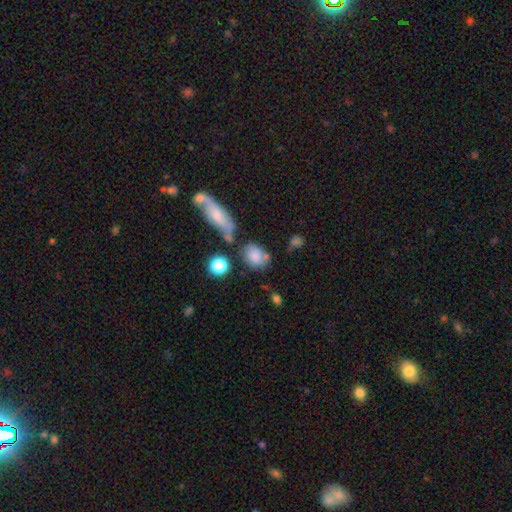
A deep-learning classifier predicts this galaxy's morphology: This appears to be a smooth galaxy with no disk features (78%) that is in between round and cigar-shaped (58%). Merging: none (54%).